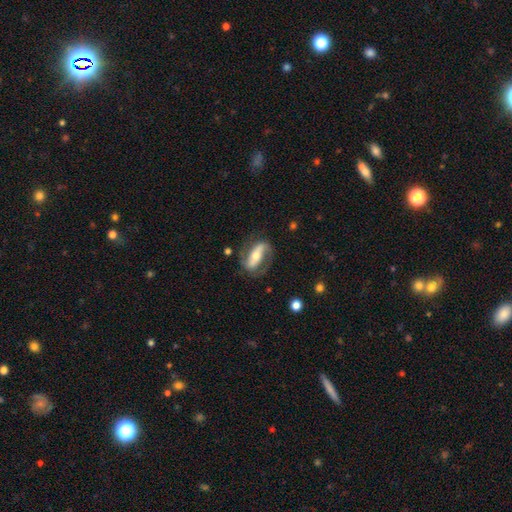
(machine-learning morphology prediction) Smooth or featured? featured or disk (75%)
Edge-on disk? no (87%)
Bar? strong (62%)
Spiral arms? yes (83%)
Spiral winding? medium (41%)
Spiral arm count? 2 (83%)
Bulge size? moderate (57%)
Merging? none (70%)